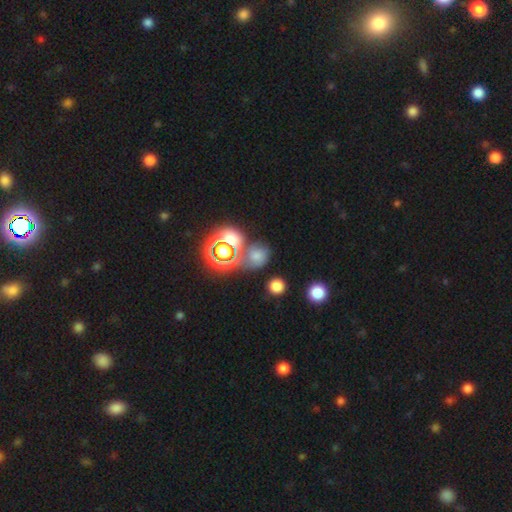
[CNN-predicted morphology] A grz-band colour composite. It shows a smooth galaxy with no disk features (49%). Merging: none (53%).